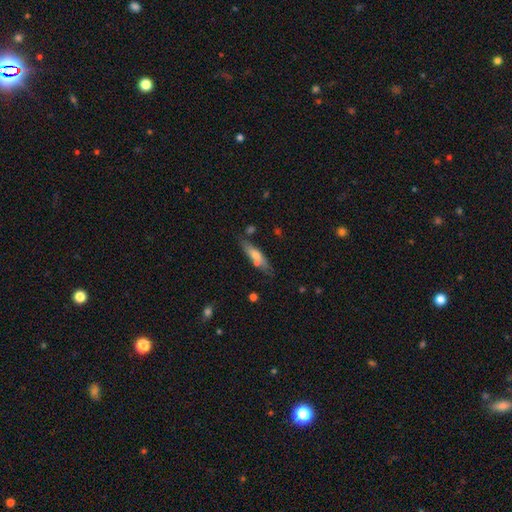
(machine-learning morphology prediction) A smooth galaxy with no disk features (56%) that is cigar-shaped (69%). Merging: none (67%).